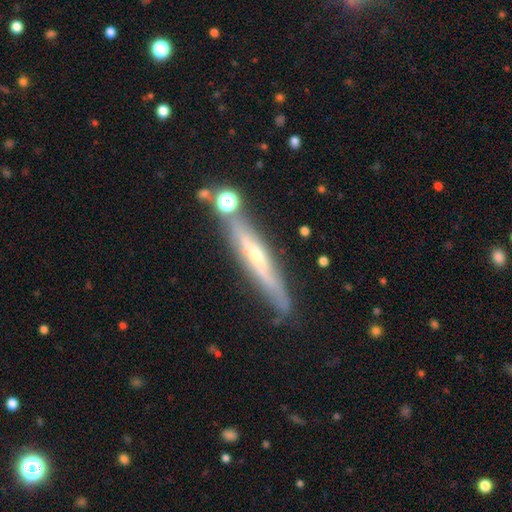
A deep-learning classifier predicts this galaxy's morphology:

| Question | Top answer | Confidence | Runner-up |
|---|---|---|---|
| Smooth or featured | featured or disk | 69% | smooth (23%) |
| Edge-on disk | yes | 86% | no (14%) |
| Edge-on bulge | rounded | 58% | none (34%) |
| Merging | none | 73% | minor disturbance (16%) |